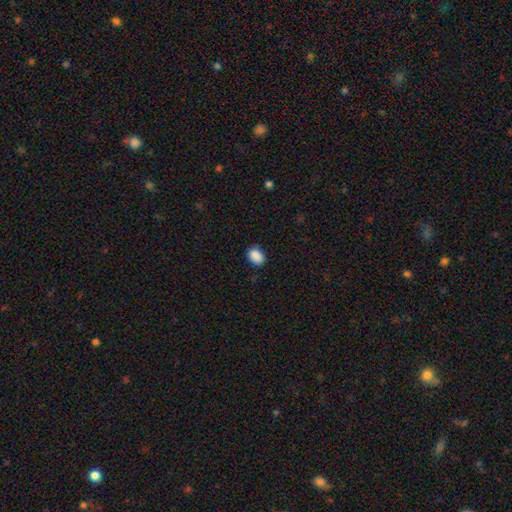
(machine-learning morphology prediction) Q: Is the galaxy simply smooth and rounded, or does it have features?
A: smooth — 89%.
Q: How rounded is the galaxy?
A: in between — 69%.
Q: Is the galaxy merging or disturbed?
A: none — 81%.